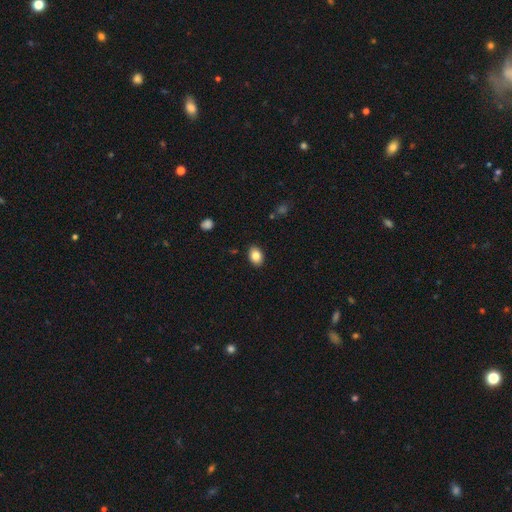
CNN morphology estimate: This is clearly a smooth galaxy (84%). How rounded: likely in between (80%). Merging: clearly none (88%).